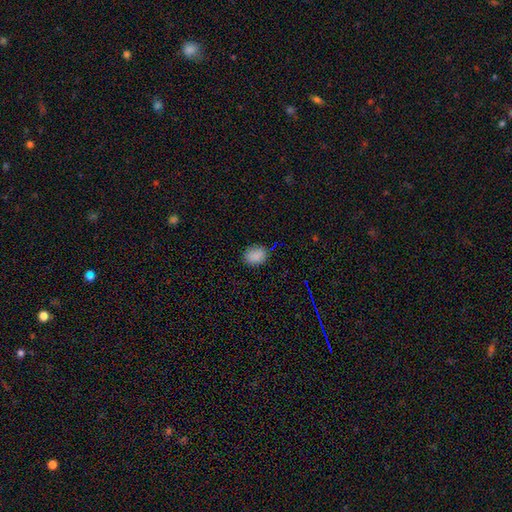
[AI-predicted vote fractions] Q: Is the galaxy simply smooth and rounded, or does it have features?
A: smooth — 86%.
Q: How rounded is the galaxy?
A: in between — 58%.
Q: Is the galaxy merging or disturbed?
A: none — 84%.